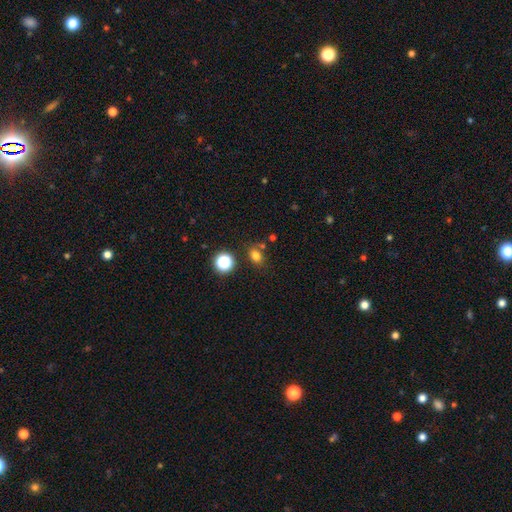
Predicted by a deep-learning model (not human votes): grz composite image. It shows a smooth galaxy with no disk features (75%) that is in between round and cigar-shaped (58%). Merging: none (73%).